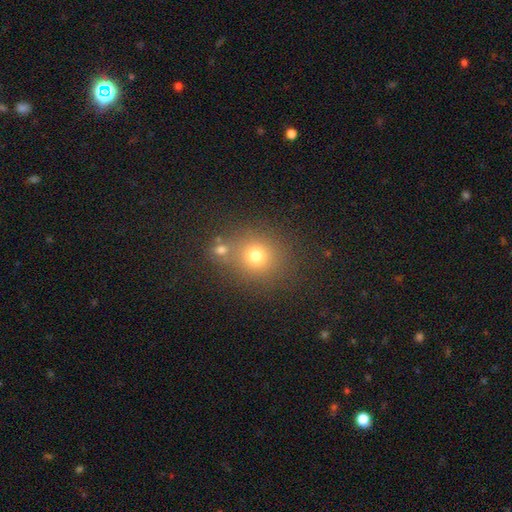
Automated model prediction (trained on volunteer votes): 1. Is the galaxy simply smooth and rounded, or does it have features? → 72% smooth, 18% star or artifact, 10% featured or disk.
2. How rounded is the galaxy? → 80% round, 19% in between, 1% cigar-shaped.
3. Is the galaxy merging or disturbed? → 70% none, 15% merger, 10% minor disturbance, 4% major disturbance.